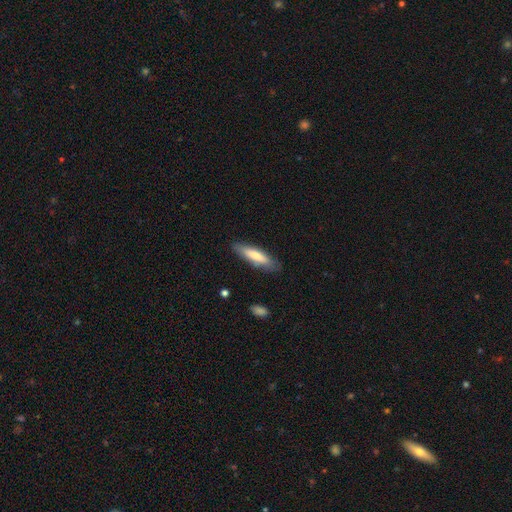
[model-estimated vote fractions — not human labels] This is likely a smooth galaxy (73%). How rounded: likely cigar-shaped (73%). Merging: clearly none (82%).